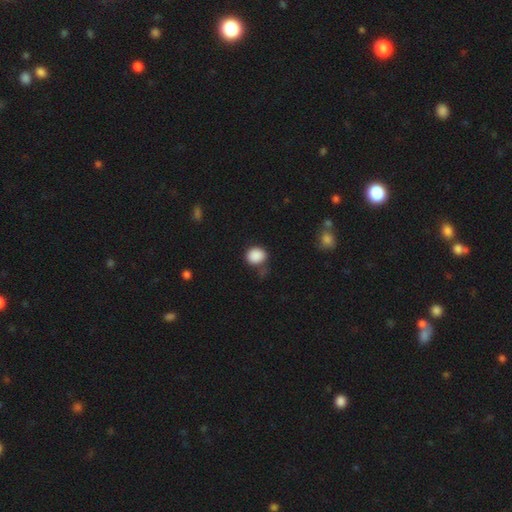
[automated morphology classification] Overall: smooth (88%). How rounded: round (73%). Merging: none (74%).